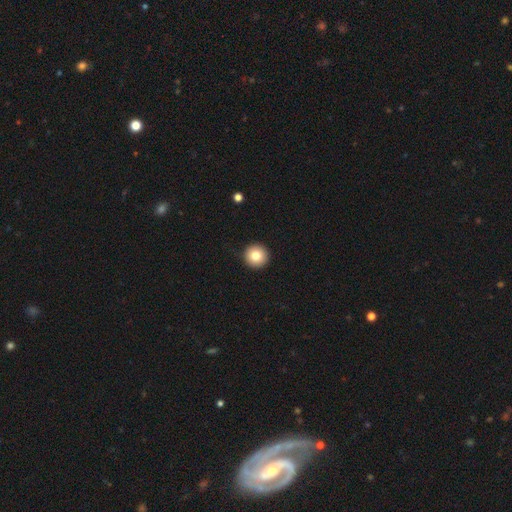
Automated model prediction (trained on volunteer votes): Smooth or featured: smooth — 82% (star or artifact — 9%)
How rounded: round — 96% (in between — 3%)
Merging: none — 93% (minor disturbance — 4%)